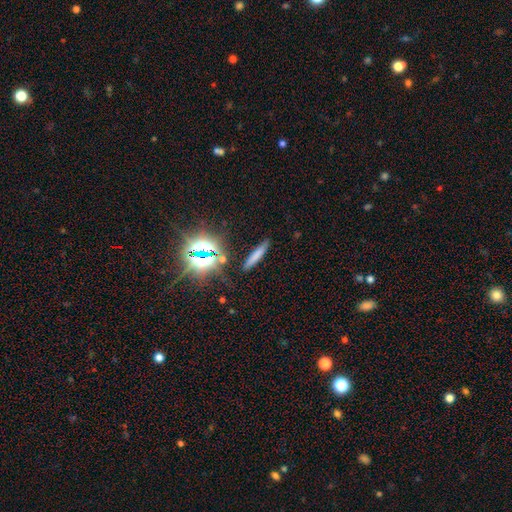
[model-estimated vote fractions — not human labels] Smooth or featured? smooth (66%)
How rounded? cigar-shaped (88%)
Merging? none (84%)